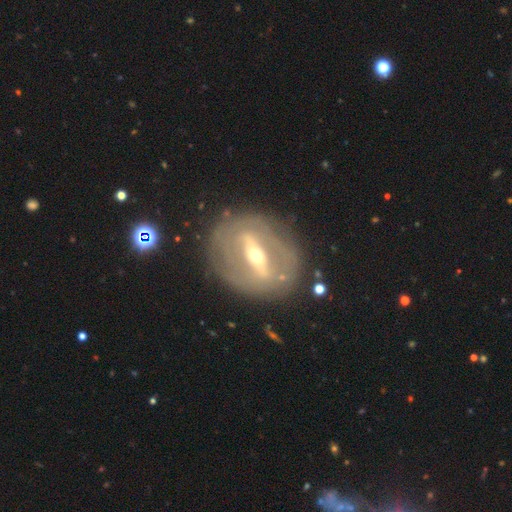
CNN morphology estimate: Smooth or featured: featured or disk — 79% (smooth — 15%)
Edge-on disk: no — 81% (yes — 19%)
Bar: strong — 71% (weak — 19%)
Spiral arms: no — 65% (yes — 35%)
Bulge size: small — 50% (moderate — 45%)
Merging: none — 78% (minor disturbance — 13%)